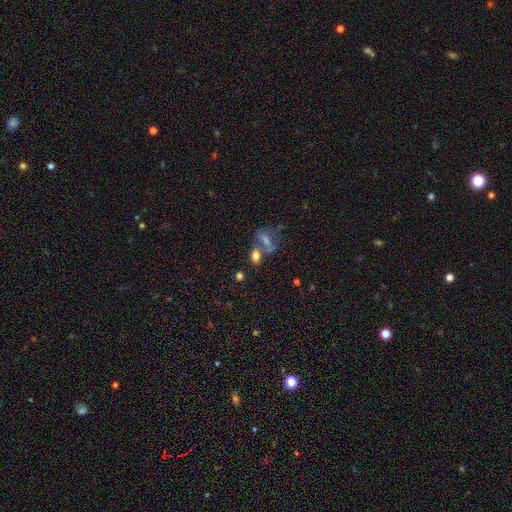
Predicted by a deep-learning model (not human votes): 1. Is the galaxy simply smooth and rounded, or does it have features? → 74% smooth, 13% star or artifact, 13% featured or disk.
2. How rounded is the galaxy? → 72% in between, 22% round, 6% cigar-shaped.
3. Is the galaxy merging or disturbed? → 45% none, 37% merger, 11% minor disturbance, 6% major disturbance.